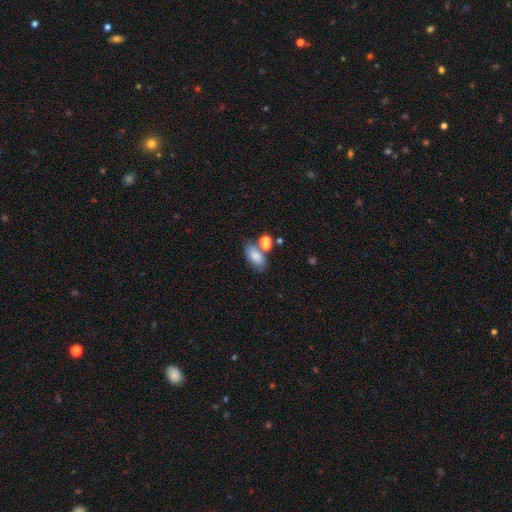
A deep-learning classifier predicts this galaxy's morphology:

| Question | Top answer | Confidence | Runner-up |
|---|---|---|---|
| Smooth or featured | smooth | 78% | featured or disk (12%) |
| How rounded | in between | 87% | round (8%) |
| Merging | none | 53% | merger (26%) |